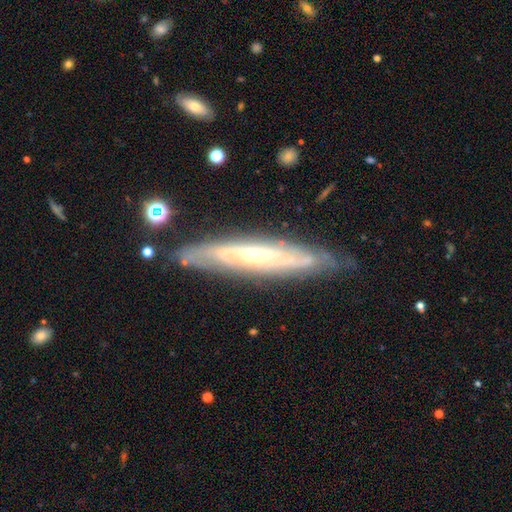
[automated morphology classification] smooth-or-featured: featured or disk: 76% | smooth: 18% | star or artifact: 6%
  disk-edge-on: yes: 58% | no: 42%
  merging: none: 79% | minor disturbance: 15% | major disturbance: 3% | merger: 2%